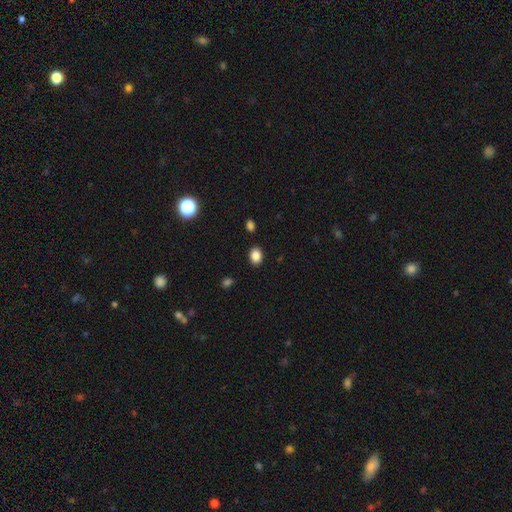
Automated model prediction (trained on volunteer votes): The model was most divided on "how rounded": in between: 68%, round: 31%, cigar-shaped: 1%. More confident: merging — none (88%); smooth or featured — smooth (87%).